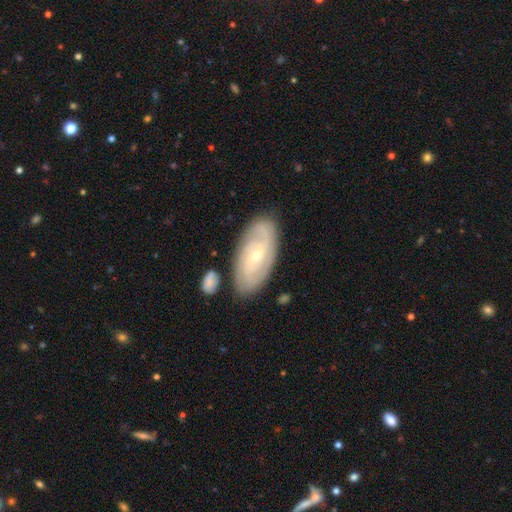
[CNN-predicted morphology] The model was most divided on "bar": no: 47%, weak: 41%, strong: 12%. Remaining: edge-on disk — no (94%); spiral arms — yes (93%); merging — none (81%); smooth or featured — featured or disk (80%); bulge size — small (74%); spiral winding — tight (53%); spiral arm count — 2 (44%).